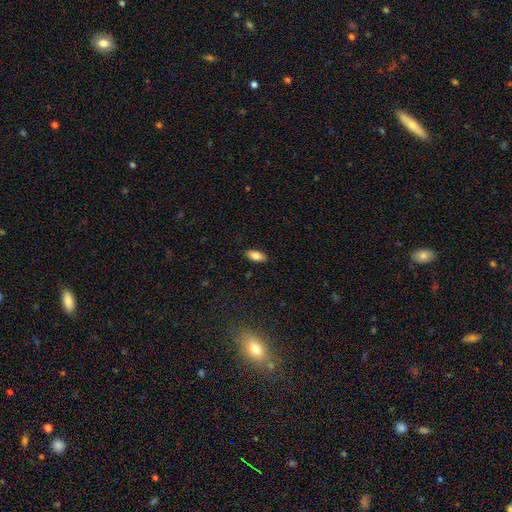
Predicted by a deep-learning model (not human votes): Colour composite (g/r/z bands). It shows a smooth galaxy with no disk features (85%) that is in between round and cigar-shaped (88%). Merging: none (87%).